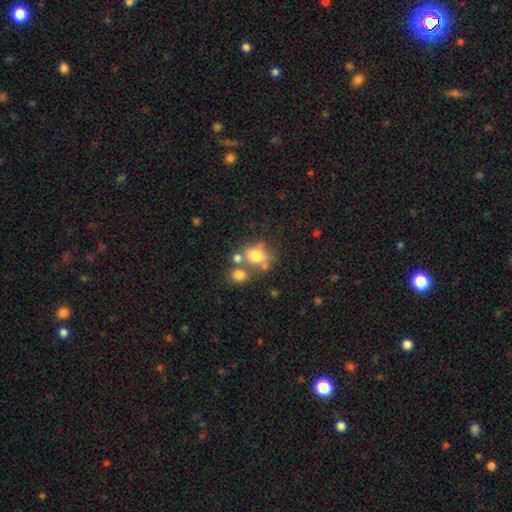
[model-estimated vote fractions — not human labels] Q: Smooth or featured?
A: smooth (70%); runner-up: featured or disk (17%)
Q: How rounded?
A: round (53%); runner-up: in between (46%)
Q: Merging?
A: none (42%); runner-up: merger (34%)